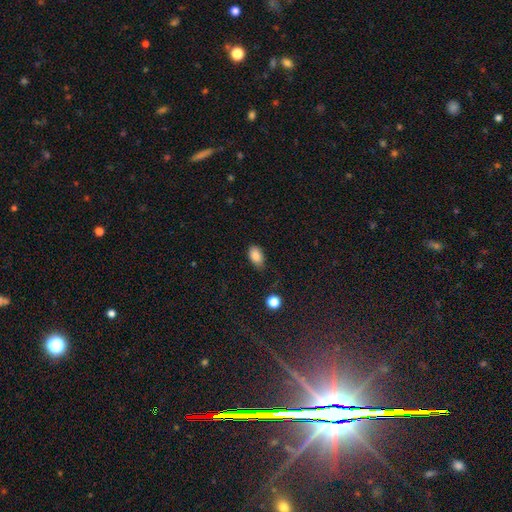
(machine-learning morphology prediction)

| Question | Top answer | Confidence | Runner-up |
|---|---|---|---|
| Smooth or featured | smooth | 86% | star or artifact (9%) |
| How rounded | in between | 90% | round (8%) |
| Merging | none | 70% | minor disturbance (24%) |